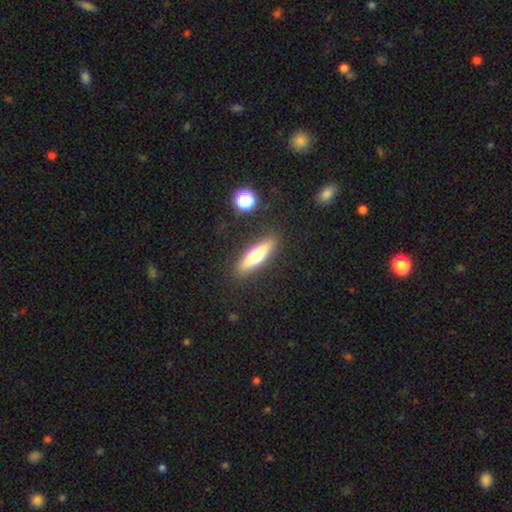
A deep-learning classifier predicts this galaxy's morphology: The model was most divided on "smooth or featured": smooth: 55%, featured or disk: 38%, star or artifact: 7%. More confident: merging — none (88%); how rounded — cigar-shaped (72%).